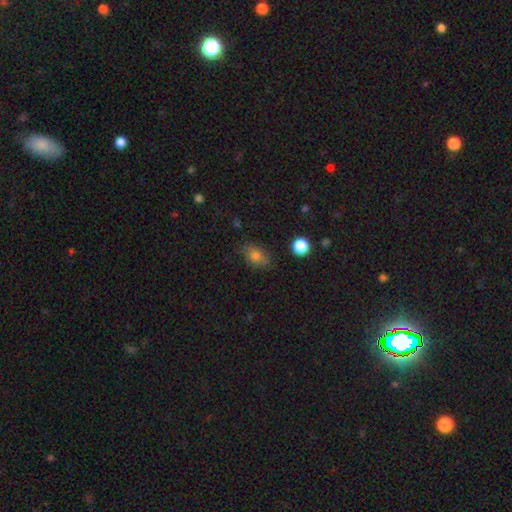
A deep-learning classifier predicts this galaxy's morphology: A smooth galaxy with no disk features (78%) that is in between round and cigar-shaped (80%). Merging: none (79%).